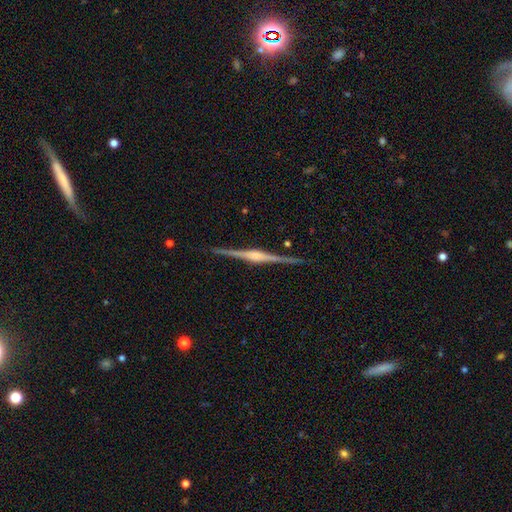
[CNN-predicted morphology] A featured or disk galaxy (89%) viewed edge-on (99%) with a rounded central bulge (71%).

Vote fractions:
- Smooth or featured? featured or disk: 89% / smooth: 6% / star or artifact: 5%
- Edge-on disk? yes: 99% / no: 1%
- Edge-on bulge? rounded: 71% / boxy: 23% / none: 6%
- Merging? none: 91% / minor disturbance: 6% / major disturbance: 1% / merger: 1%